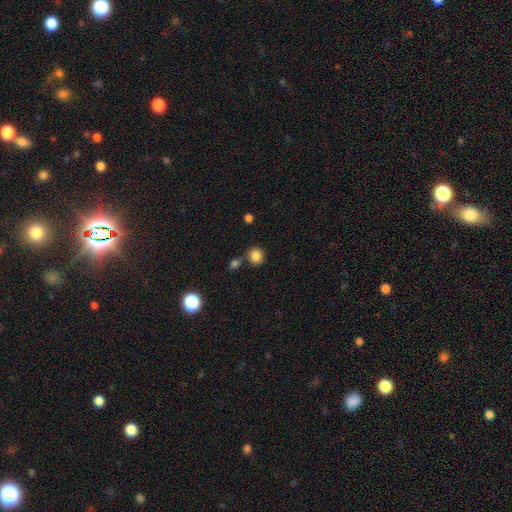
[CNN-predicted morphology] Smooth or featured? Predicted: smooth (p=0.85). How rounded? Predicted: round (p=0.85). Merging? Predicted: none (p=0.72).